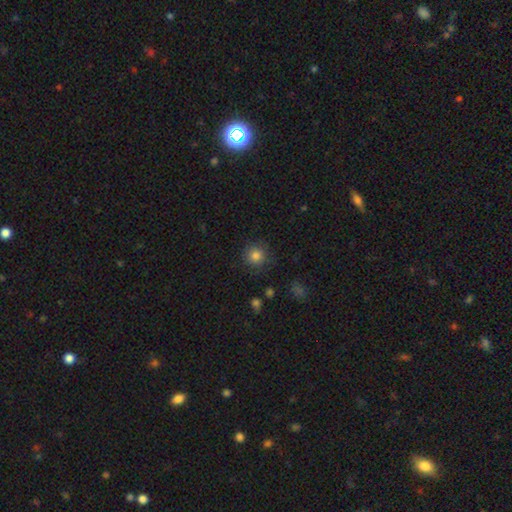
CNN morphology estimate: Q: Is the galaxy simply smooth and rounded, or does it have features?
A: smooth — 84%.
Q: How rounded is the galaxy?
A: round — 94%.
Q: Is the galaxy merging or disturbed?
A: none — 88%.